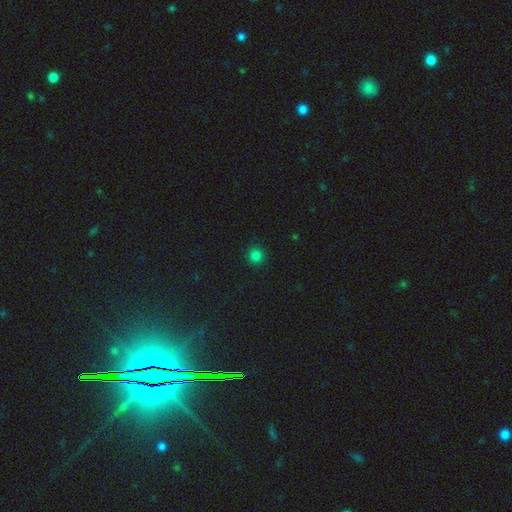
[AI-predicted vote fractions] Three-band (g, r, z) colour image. It shows a smooth galaxy with no disk features (80%) that is round (95%). Merging: none (92%).